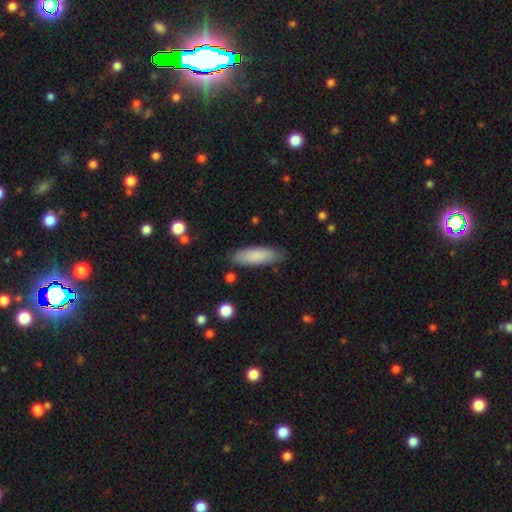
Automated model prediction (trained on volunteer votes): smooth_or_featured: smooth (p=0.84) [alt: featured or disk p=0.10]
how_rounded: in between (p=0.53) [alt: cigar-shaped p=0.45]
merging: none (p=0.84) [alt: minor disturbance p=0.12]